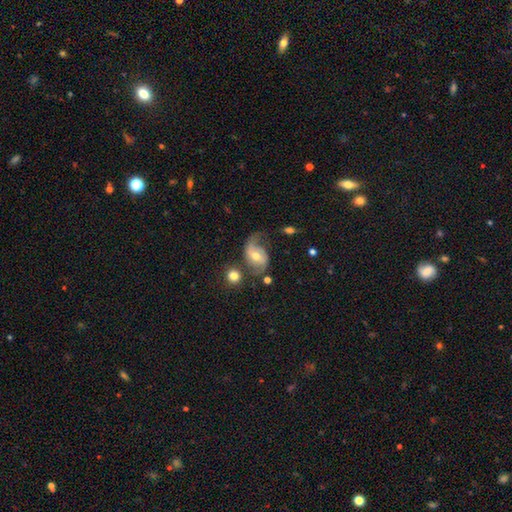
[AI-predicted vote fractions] Smooth or featured: featured or disk — 72% (smooth — 21%)
Edge-on disk: no — 96% (yes — 4%)
Bar: weak — 40% (no — 39%)
Spiral arms: yes — 89% (no — 11%)
Spiral winding: loose — 56% (medium — 33%)
Spiral arm count: 2 — 81% (1 — 11%)
Bulge size: moderate — 65% (small — 29%)
Merging: none — 51% (minor disturbance — 23%)